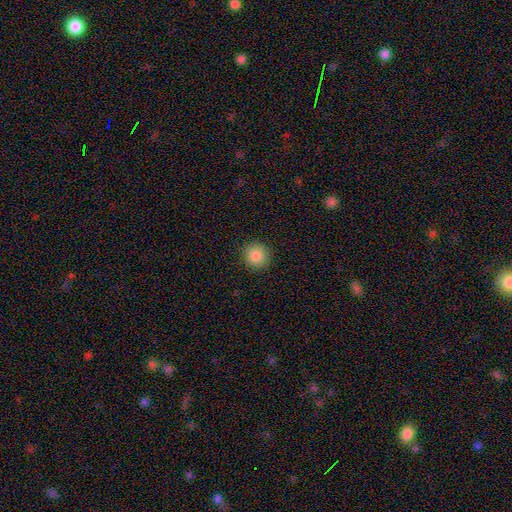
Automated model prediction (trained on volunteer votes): Smooth or featured? smooth (87%)
How rounded? round (93%)
Merging? none (91%)